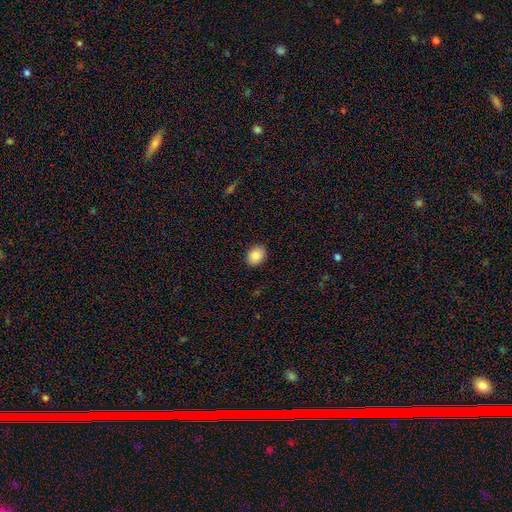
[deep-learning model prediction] A smooth galaxy with no disk features (88%) that is in between round and cigar-shaped (65%). Merging: none (90%).